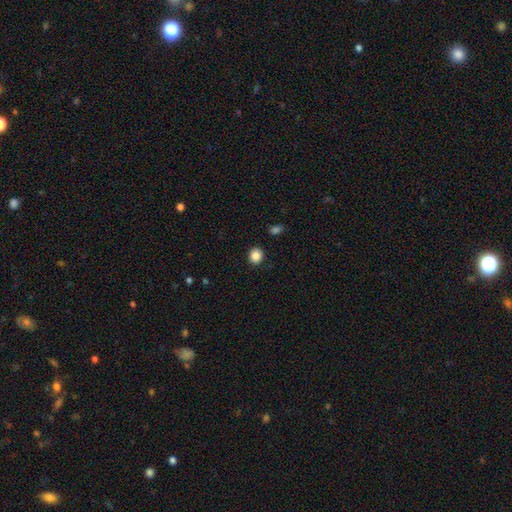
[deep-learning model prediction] smooth-or-featured: smooth: 87% | star or artifact: 10% | featured or disk: 3%
  how-rounded: round: 77% | in between: 22% | cigar-shaped: 1%
  merging: none: 90% | minor disturbance: 7% | major disturbance: 2% | merger: 2%